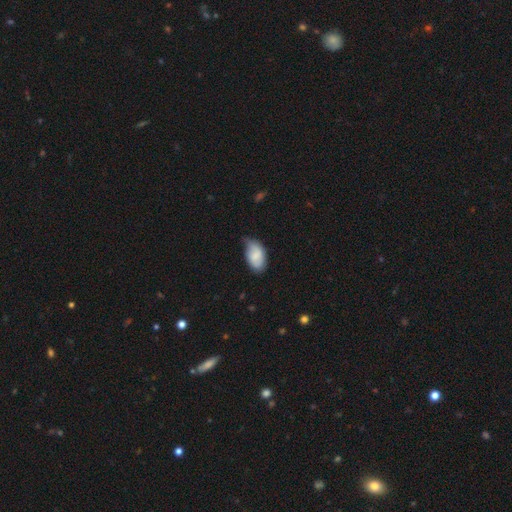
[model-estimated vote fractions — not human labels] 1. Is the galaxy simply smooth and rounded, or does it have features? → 76% smooth, 17% featured or disk, 7% star or artifact.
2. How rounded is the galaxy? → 93% in between, 5% round, 2% cigar-shaped.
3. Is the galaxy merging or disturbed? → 48% none, 42% minor disturbance, 8% major disturbance, 2% merger.